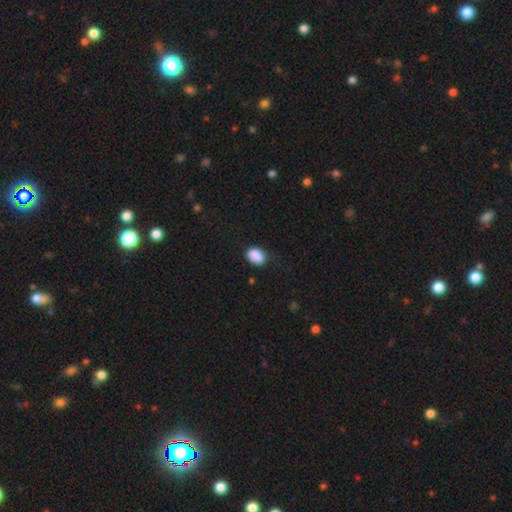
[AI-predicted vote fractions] Q: Smooth or featured?
A: smooth (88%); runner-up: star or artifact (8%)
Q: How rounded?
A: in between (78%); runner-up: round (21%)
Q: Merging?
A: none (65%); runner-up: minor disturbance (26%)